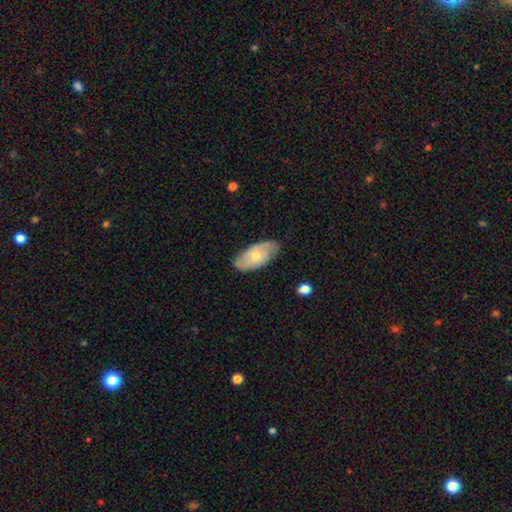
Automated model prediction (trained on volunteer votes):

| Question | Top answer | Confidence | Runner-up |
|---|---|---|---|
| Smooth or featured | featured or disk | 48% | smooth (47%) |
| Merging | none | 75% | minor disturbance (20%) |